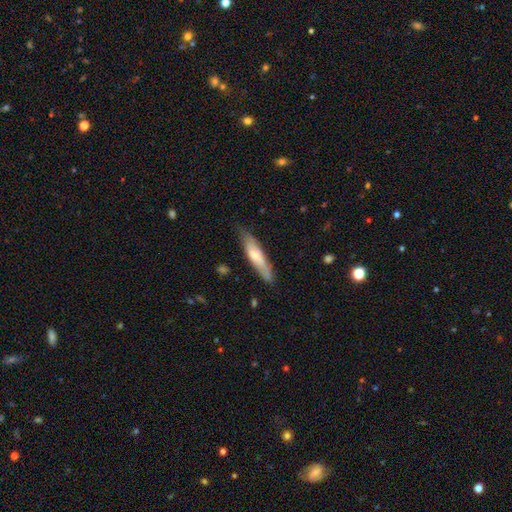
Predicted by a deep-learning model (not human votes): Smooth or featured: smooth — 63% (featured or disk — 31%)
How rounded: cigar-shaped — 76% (in between — 23%)
Merging: none — 73% (minor disturbance — 21%)